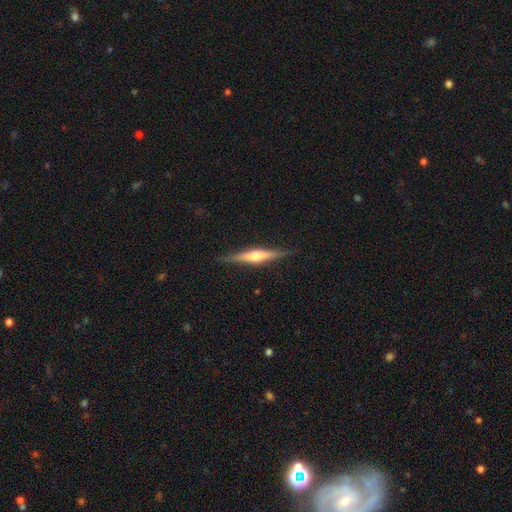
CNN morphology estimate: Smooth or featured: featured or disk — 70% (smooth — 24%)
Edge-on disk: yes — 98% (no — 2%)
Edge-on bulge: rounded — 83% (boxy — 10%)
Merging: none — 89% (minor disturbance — 8%)